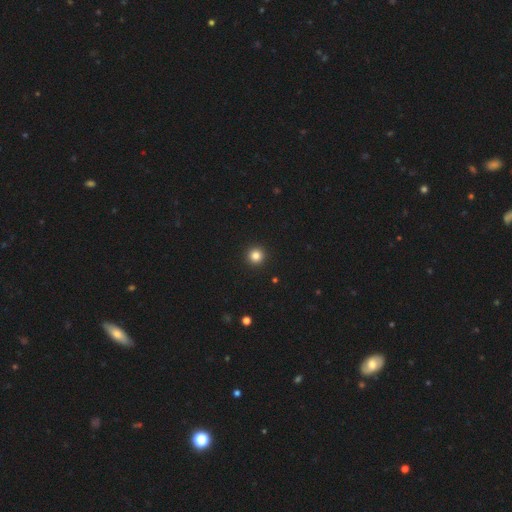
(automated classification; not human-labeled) A smooth galaxy with no disk features (84%) that is round (96%). Merging: none (94%).